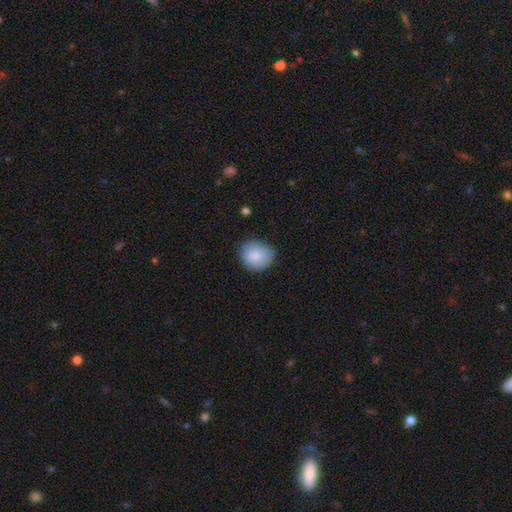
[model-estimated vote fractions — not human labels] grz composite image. It shows a smooth galaxy with no disk features (85%) that is round (73%). Merging: none (74%).